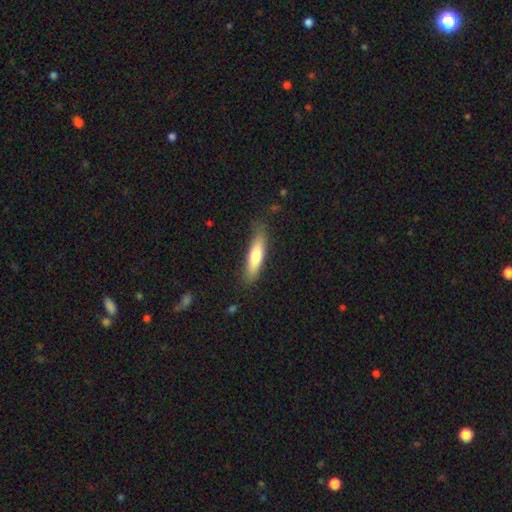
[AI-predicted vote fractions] Overall: smooth (70%). How rounded: cigar-shaped (72%). Merging: none (81%).